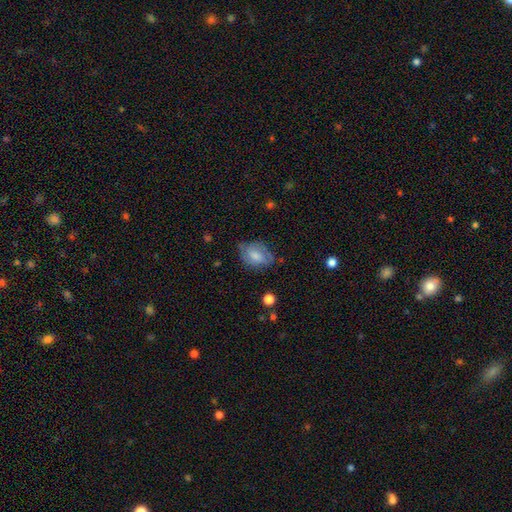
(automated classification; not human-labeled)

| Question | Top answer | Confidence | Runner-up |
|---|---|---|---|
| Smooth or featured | smooth | 64% | featured or disk (29%) |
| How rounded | in between | 76% | round (23%) |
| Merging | none | 57% | minor disturbance (30%) |